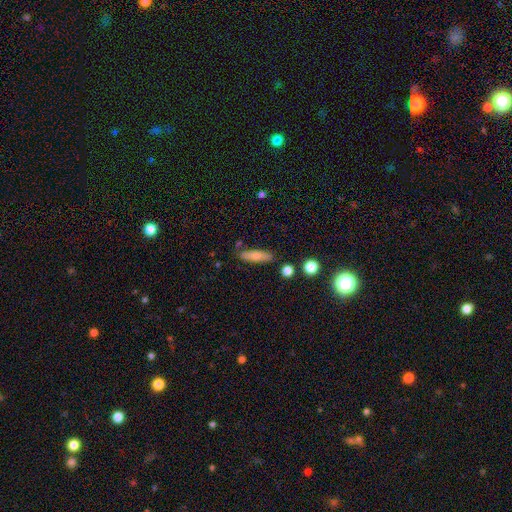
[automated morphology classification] type=smooth (73%); roundness=cigar-shaped (71%); merging=none (82%).